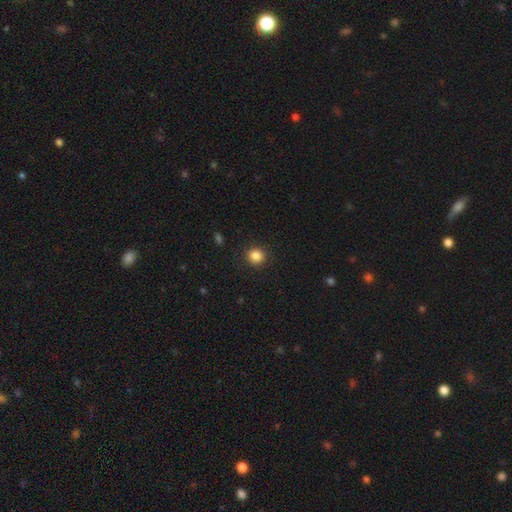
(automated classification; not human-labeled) A smooth galaxy with no disk features (86%) that is round (88%). Merging: none (90%).